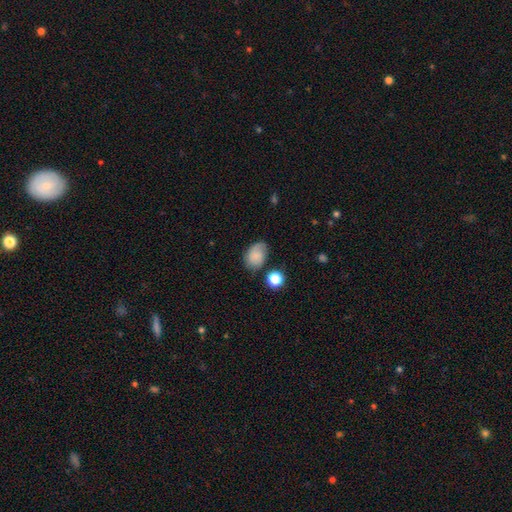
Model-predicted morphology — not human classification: This appears to be a smooth galaxy with no disk features (71%) that is in between round and cigar-shaped (72%). Merging: none (57%).